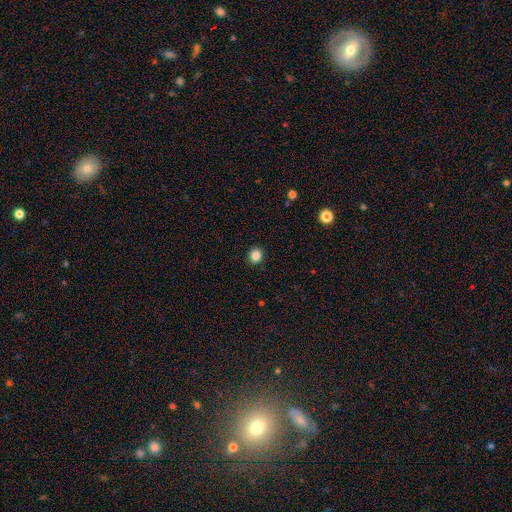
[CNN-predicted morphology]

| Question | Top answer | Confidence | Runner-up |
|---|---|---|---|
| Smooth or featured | smooth | 85% | star or artifact (11%) |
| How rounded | round | 84% | in between (15%) |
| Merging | none | 92% | minor disturbance (6%) |